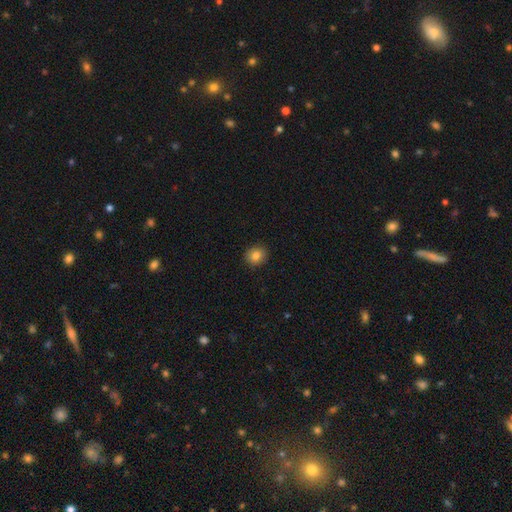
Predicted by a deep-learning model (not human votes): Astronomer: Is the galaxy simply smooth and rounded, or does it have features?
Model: smooth — 83%.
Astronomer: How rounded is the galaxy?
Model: round — 77%.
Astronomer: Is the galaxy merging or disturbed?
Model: none — 90%.